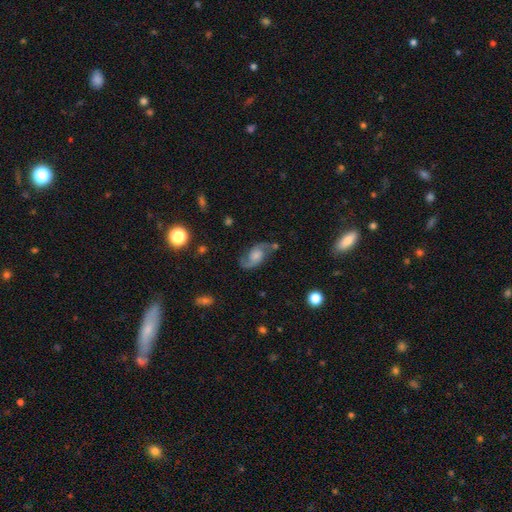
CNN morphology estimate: Smooth or featured? Predicted: featured or disk (p=0.83). Edge-on disk? Predicted: no (p=0.97). Bar? Predicted: no (p=0.62). Spiral arms? Predicted: yes (p=0.96). Spiral winding? Predicted: medium (p=0.45). Spiral arm count? Predicted: 2 (p=0.93). Bulge size? Predicted: moderate (p=0.33). Merging? Predicted: none (p=0.74).